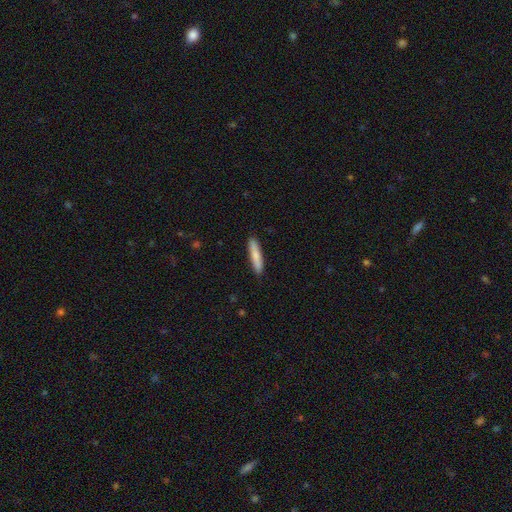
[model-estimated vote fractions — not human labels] This is likely a smooth galaxy (79%). How rounded: clearly cigar-shaped (87%). Merging: clearly none (90%).